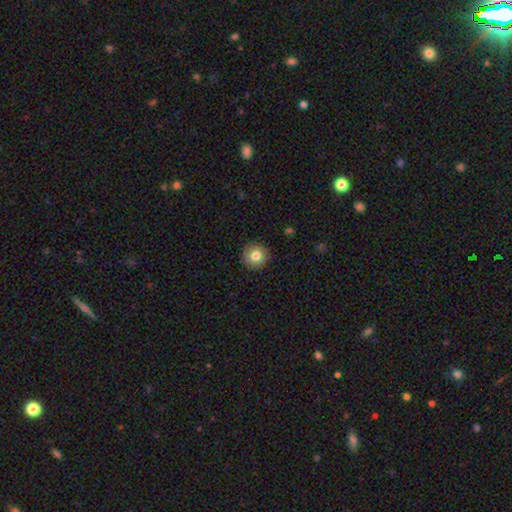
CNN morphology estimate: The model was most divided on "smooth or featured": smooth: 81%, featured or disk: 10%, star or artifact: 9%. More confident: how rounded — round (95%); merging — none (91%).